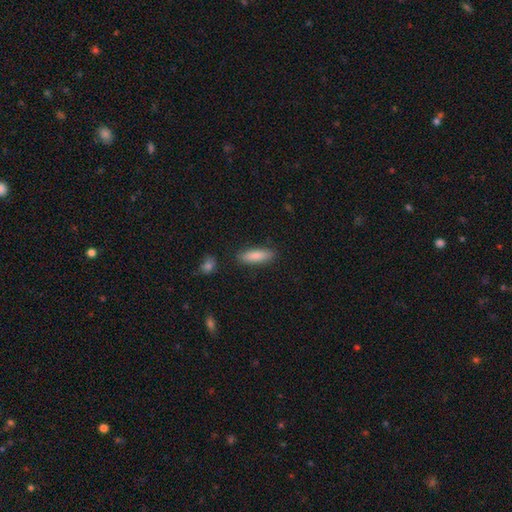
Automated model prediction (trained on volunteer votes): Q: Smooth or featured?
A: smooth (85%); runner-up: featured or disk (9%)
Q: How rounded?
A: cigar-shaped (52%); runner-up: in between (46%)
Q: Merging?
A: none (86%); runner-up: minor disturbance (9%)